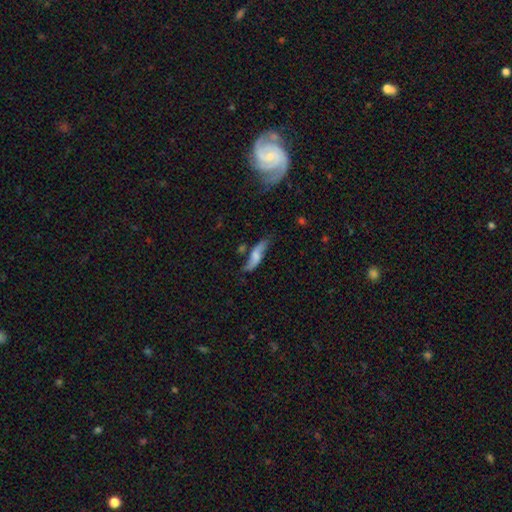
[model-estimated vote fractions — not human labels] The model was most divided on "smooth or featured": featured or disk: 55%, smooth: 37%, star or artifact: 7%. More confident: edge-on disk — no (76%); merging — none (59%).